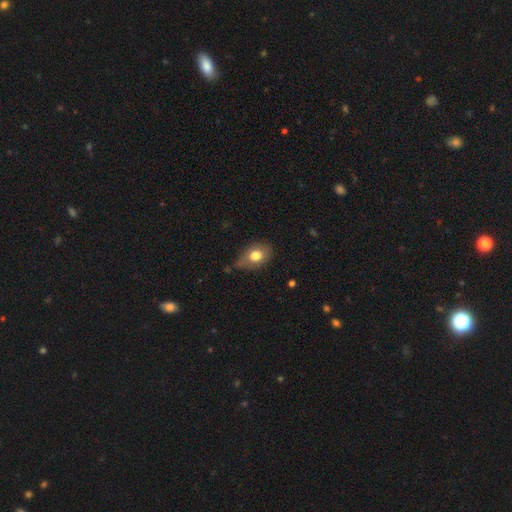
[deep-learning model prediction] Smooth or featured? Predicted: smooth (p=0.76). How rounded? Predicted: in between (p=0.69). Merging? Predicted: none (p=0.52).